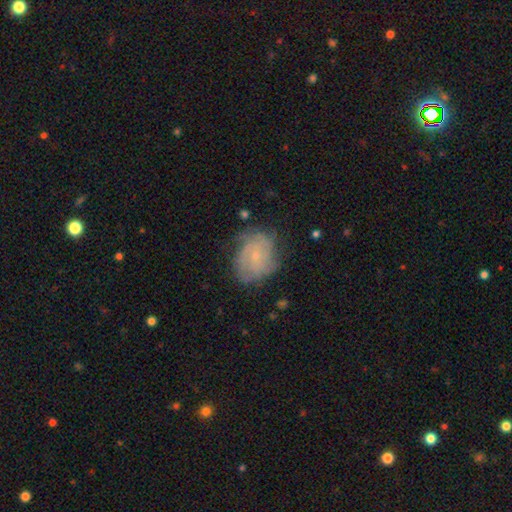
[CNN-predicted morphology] Smooth or featured? featured or disk (64%)
Edge-on disk? no (98%)
Bar? no (76%)
Spiral arms? yes (86%)
Spiral winding? tight (54%)
Spiral arm count? can't tell (43%)
Bulge size? small (79%)
Merging? none (63%)